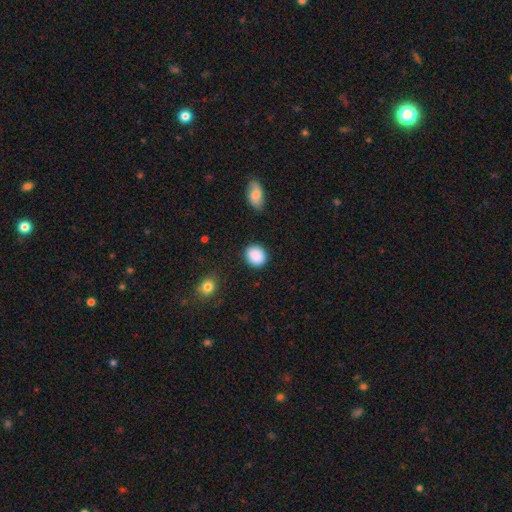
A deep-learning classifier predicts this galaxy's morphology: This is clearly a smooth galaxy (90%). How rounded: likely round (65%). Merging: clearly none (87%).